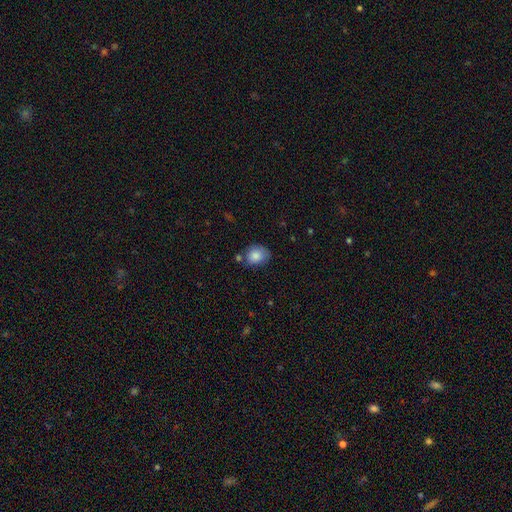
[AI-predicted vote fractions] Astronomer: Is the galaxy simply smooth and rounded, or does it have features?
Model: smooth — 84%.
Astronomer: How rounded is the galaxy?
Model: round — 53% (runner-up: in between, 46%).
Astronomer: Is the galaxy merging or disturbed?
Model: none — 60%.